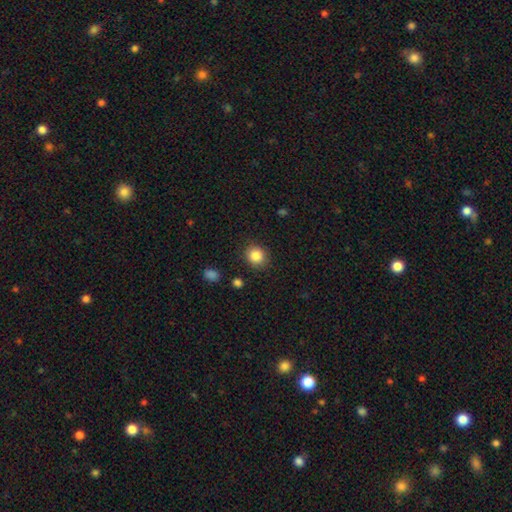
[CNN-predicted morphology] Smooth or featured: smooth — 86% (star or artifact — 10%)
How rounded: round — 82% (in between — 17%)
Merging: none — 87% (minor disturbance — 8%)